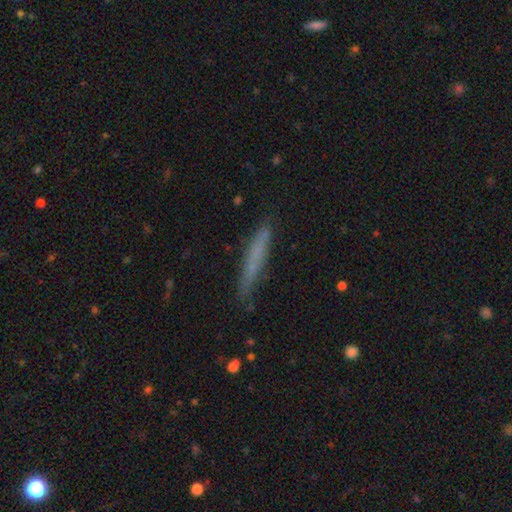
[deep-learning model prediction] Overall: smooth (59%; featured or disk 32%). How rounded: cigar-shaped (95%). Merging: none (82%).